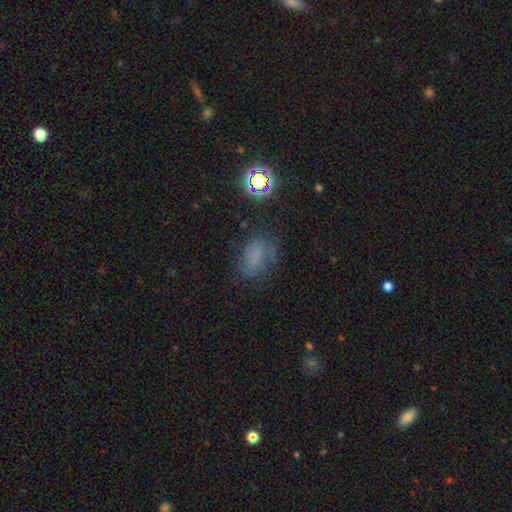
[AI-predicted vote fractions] This appears to be a smooth galaxy with no disk features (49%). Merging: none (57%).